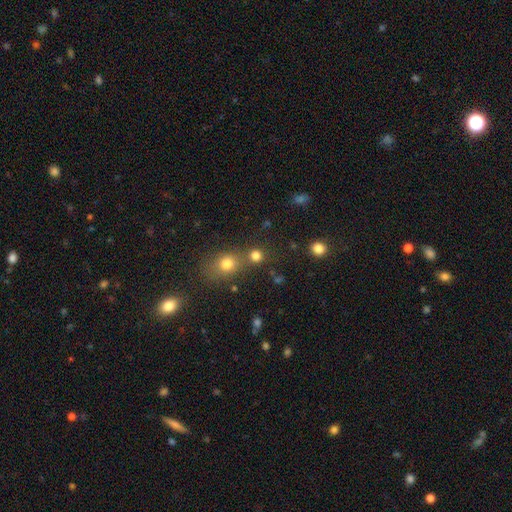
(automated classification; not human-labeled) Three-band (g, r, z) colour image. It shows a smooth galaxy with no disk features (79%) that is round (85%). Merging: none (59%).